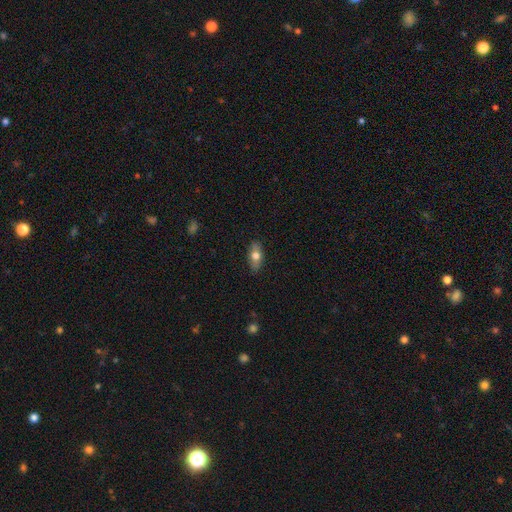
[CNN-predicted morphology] This appears to be a smooth galaxy with no disk features (64%) that is in between round and cigar-shaped (80%). Merging: none (84%).